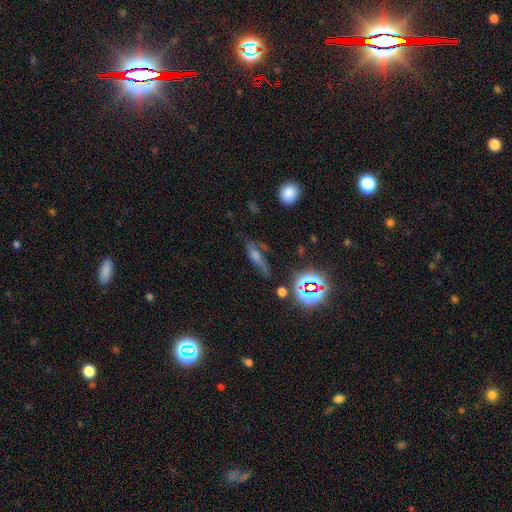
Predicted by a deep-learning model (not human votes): smooth-or-featured: smooth: 36% | featured or disk: 34% | star or artifact: 30%
  merging: none: 66% | minor disturbance: 20% | major disturbance: 9% | merger: 5%